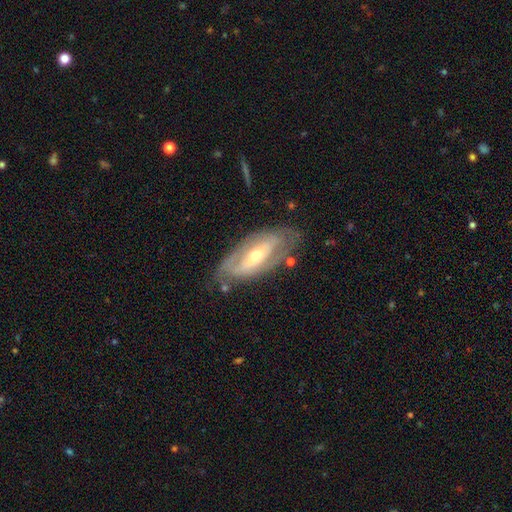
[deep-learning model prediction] Smooth or featured?
  - featured or disk: 76% *
  - smooth: 18%
  - star or artifact: 6%
Edge-on disk?
  - no: 86% *
  - yes: 14%
Bar?
  - strong: 42% *
  - weak: 30%
  - no: 28%
Spiral arms?
  - yes: 64% *
  - no: 36%
Bulge size?
  - moderate: 52% *
  - small: 43%
  - large: 3%
  - none: 1%
  - dominant: 1%
Merging?
  - none: 70% *
  - minor disturbance: 19%
  - major disturbance: 8%
  - merger: 2%